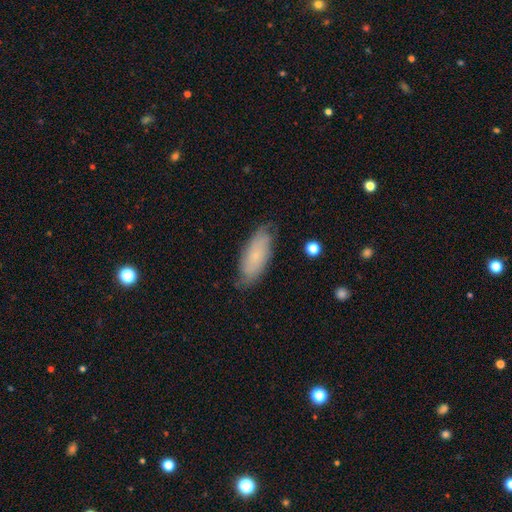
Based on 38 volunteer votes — Smooth or featured? featured or disk (58%)
Edge-on disk? no (82%)
Bar? no (78%)
Spiral arms? yes (89%)
Spiral winding? tight (56%)
Spiral arm count? 2 (75%)
Bulge size? small (100%)
Merging? none (78%)